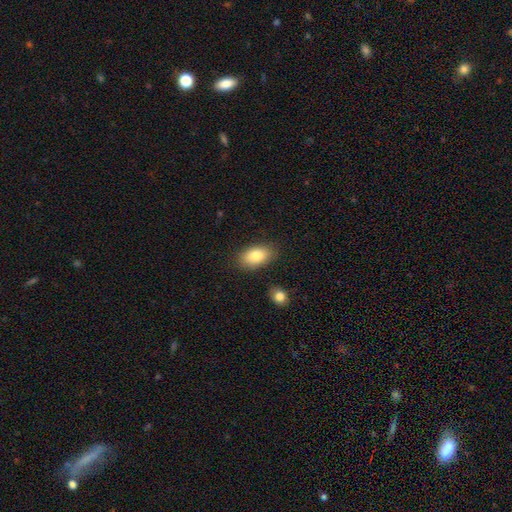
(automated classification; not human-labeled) The model was most divided on "merging": none: 82%, minor disturbance: 12%, major disturbance: 3%, merger: 3%. More confident: how rounded — in between (92%); smooth or featured — smooth (83%).